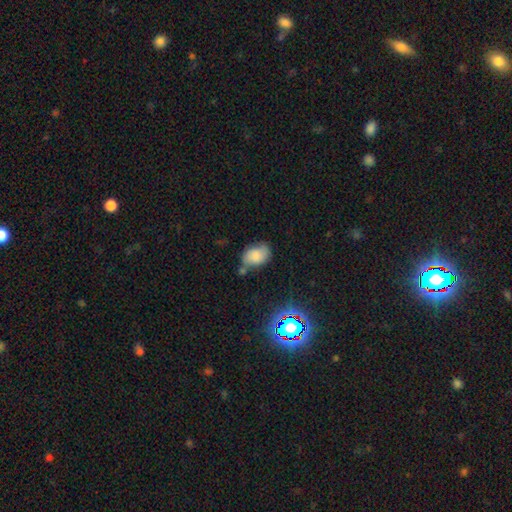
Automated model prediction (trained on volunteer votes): This appears to be a smooth galaxy with no disk features (72%) that is in between round and cigar-shaped (79%). Merging: none (48%).